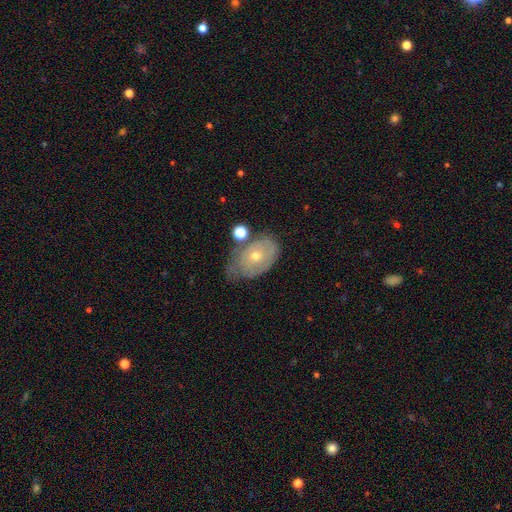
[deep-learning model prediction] This is possibly a featured or disk galaxy (56%). It is clearly not viewed edge-on (94%). Bar: clearly no (86%). Spiral arm pattern: possibly yes (57%). Central bulge: possibly small (55%). Merging: possibly none (49%).